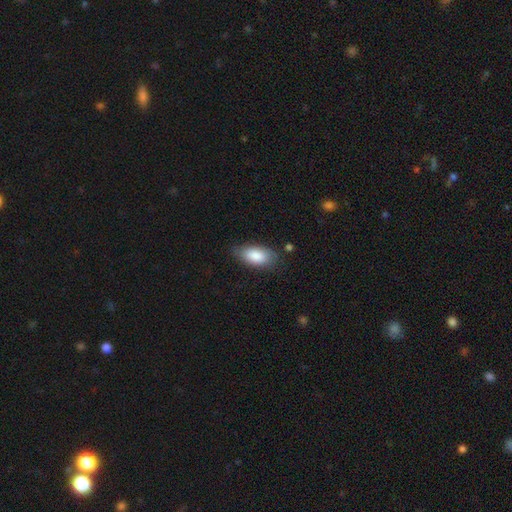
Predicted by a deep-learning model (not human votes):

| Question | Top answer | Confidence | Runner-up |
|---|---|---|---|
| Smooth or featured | smooth | 84% | featured or disk (10%) |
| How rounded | in between | 92% | cigar-shaped (6%) |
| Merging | none | 74% | minor disturbance (20%) |